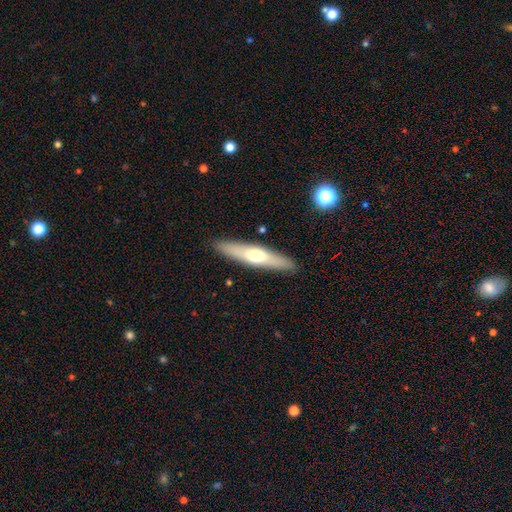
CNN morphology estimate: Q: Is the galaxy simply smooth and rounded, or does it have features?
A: smooth — 49%.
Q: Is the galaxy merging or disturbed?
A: none — 90%.